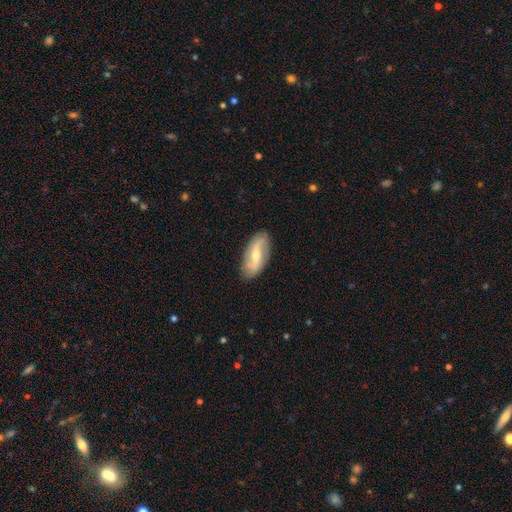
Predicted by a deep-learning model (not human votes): Smooth or featured?
  - featured or disk: 70% *
  - smooth: 24%
  - star or artifact: 6%
Edge-on disk?
  - no: 90% *
  - yes: 10%
Bar?
  - weak: 43% *
  - strong: 31%
  - no: 26%
Spiral arms?
  - yes: 87% *
  - no: 13%
Spiral winding?
  - loose: 70% *
  - medium: 21%
  - tight: 9%
Spiral arm count?
  - 2: 89% *
  - can't tell: 6%
  - 1: 2%
  - 3: 1%
  - 4: 1%
  - more than 4: 1%
Bulge size?
  - moderate: 54% *
  - small: 40%
  - large: 3%
  - none: 2%
  - dominant: 1%
Merging?
  - none: 84% *
  - minor disturbance: 12%
  - major disturbance: 3%
  - merger: 1%